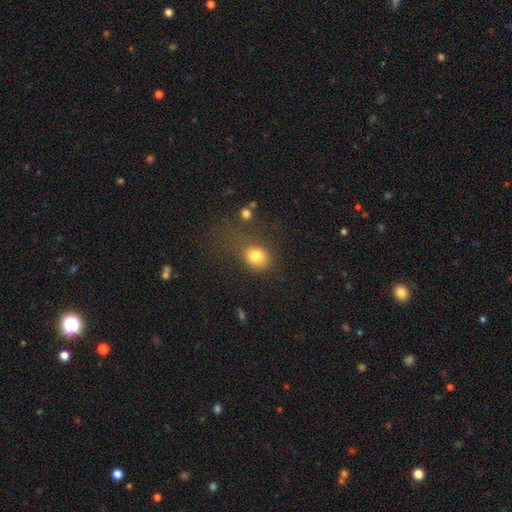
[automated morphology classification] Overall: smooth (78%). How rounded: in between (55%; round 43%). Merging: none (39%; major disturbance 25%).